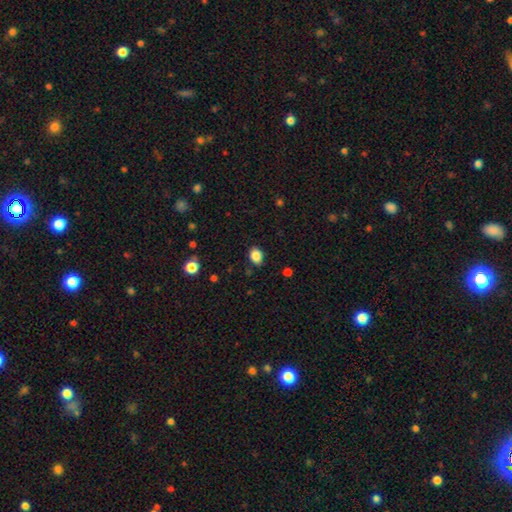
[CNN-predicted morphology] type=smooth (87%); roundness=in between (69%); merging=none (85%).